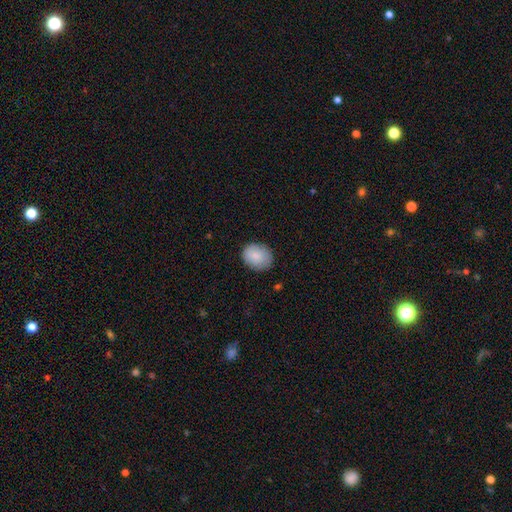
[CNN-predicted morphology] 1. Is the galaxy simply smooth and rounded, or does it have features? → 86% smooth, 8% featured or disk, 7% star or artifact.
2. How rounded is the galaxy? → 50% in between, 49% round, 1% cigar-shaped.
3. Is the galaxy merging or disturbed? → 82% none, 14% minor disturbance, 3% major disturbance, 1% merger.